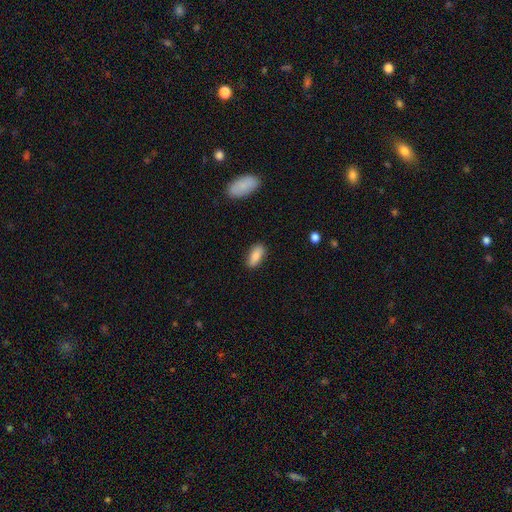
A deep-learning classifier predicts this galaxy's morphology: smooth-or-featured: smooth: 86% | featured or disk: 8% | star or artifact: 6%
  how-rounded: in between: 85% | cigar-shaped: 13% | round: 2%
  merging: none: 86% | minor disturbance: 10% | major disturbance: 2% | merger: 1%